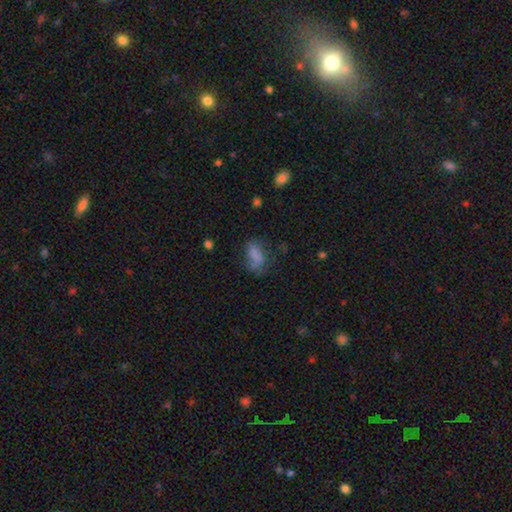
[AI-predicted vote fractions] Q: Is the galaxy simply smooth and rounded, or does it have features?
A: smooth — 68%.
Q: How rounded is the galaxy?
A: in between — 84%.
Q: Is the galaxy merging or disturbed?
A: none — 41%.